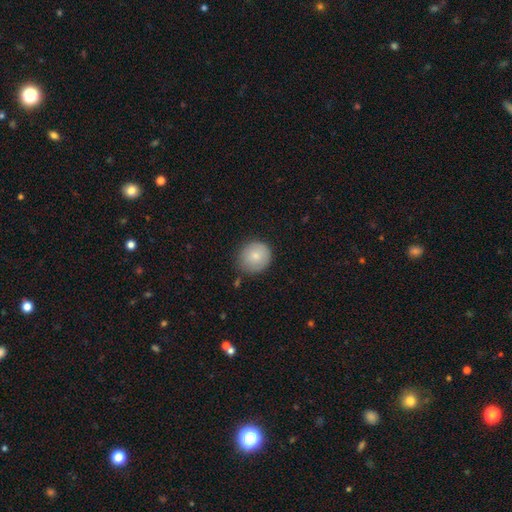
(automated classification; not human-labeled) This appears to be a smooth galaxy with no disk features (81%) that is round (88%). Merging: none (78%).